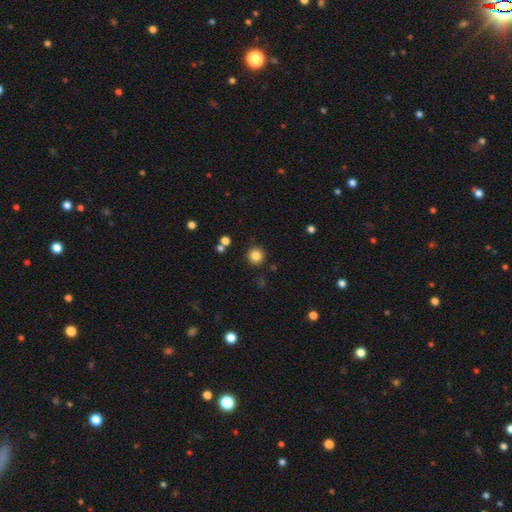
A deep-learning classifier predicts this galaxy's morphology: Overall: smooth (84%). How rounded: round (95%). Merging: none (89%).